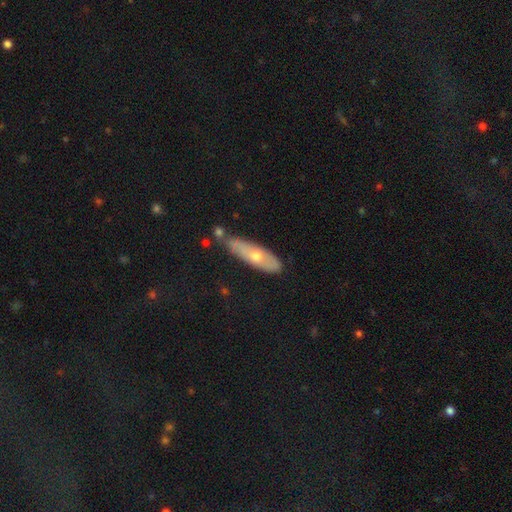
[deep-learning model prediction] The model was most divided on "smooth or featured": smooth: 51%, featured or disk: 42%, star or artifact: 7%. More confident: merging — none (59%); how rounded — cigar-shaped (58%).